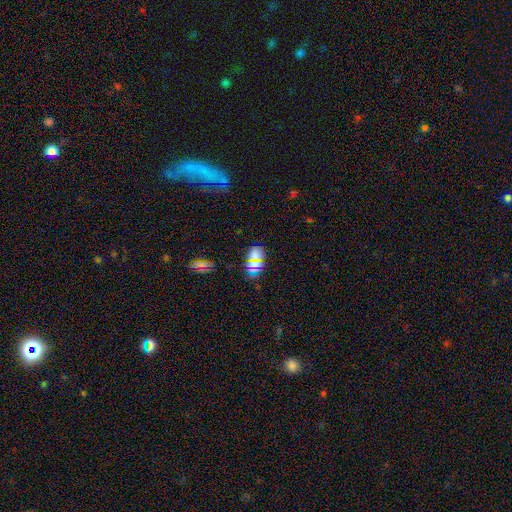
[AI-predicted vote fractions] A smooth galaxy with no disk features (60%) that is in between round and cigar-shaped (75%). Merging: none (76%).